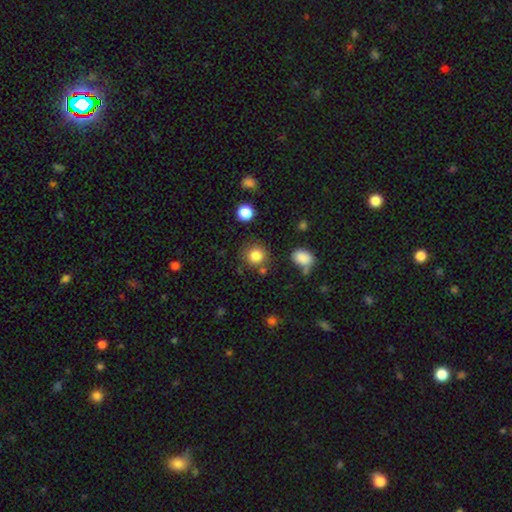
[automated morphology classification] Smooth or featured? Predicted: smooth (p=0.83). How rounded? Predicted: round (p=0.89). Merging? Predicted: none (p=0.79).